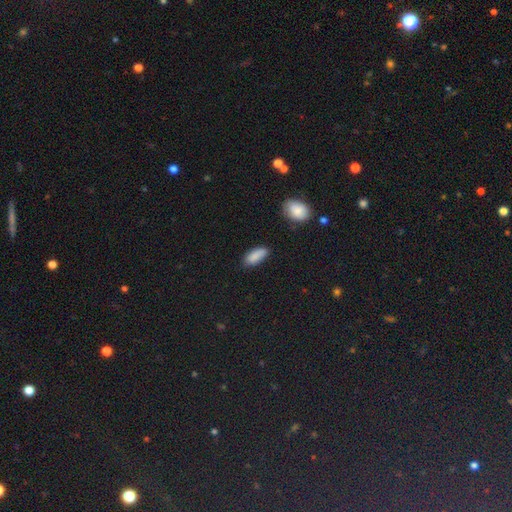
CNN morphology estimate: smooth 88%, star or artifact 7%, featured or disk 5%. Down the decision tree: how rounded — in between (81%); merging — none (78%).